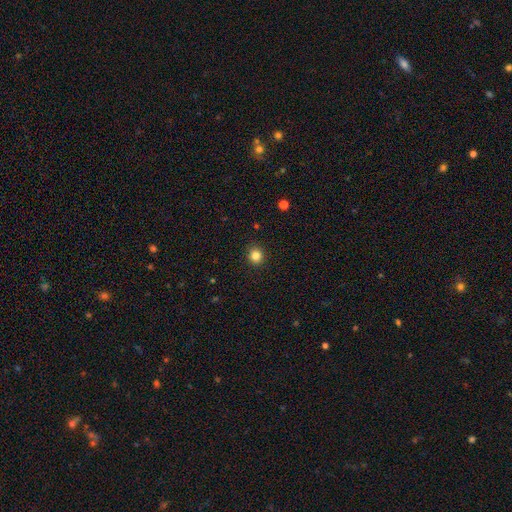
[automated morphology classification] smooth_or_featured: smooth (p=0.84) [alt: star or artifact p=0.12]
how_rounded: round (p=0.89) [alt: in between p=0.10]
merging: none (p=0.91) [alt: minor disturbance p=0.06]